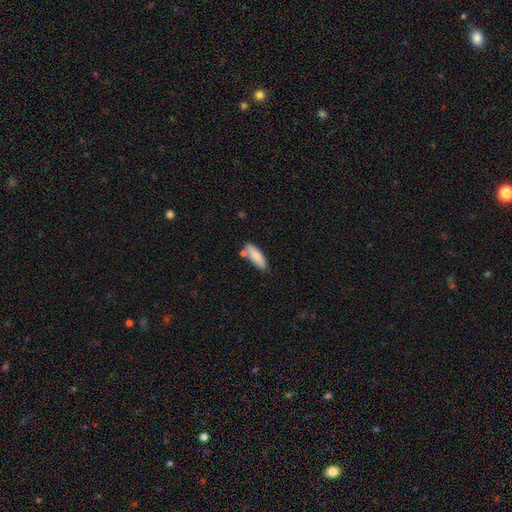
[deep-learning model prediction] smooth 84%, featured or disk 10%, star or artifact 6%. Down the decision tree: how rounded — in between (55%); merging — none (71%).